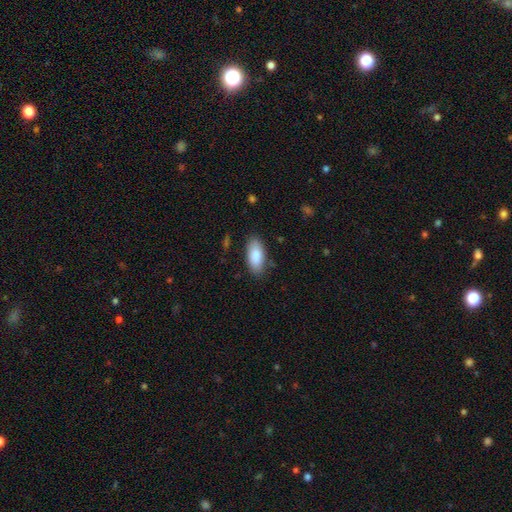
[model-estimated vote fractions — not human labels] Smooth or featured?
  - smooth: 87% *
  - featured or disk: 7%
  - star or artifact: 6%
How rounded?
  - in between: 89% *
  - cigar-shaped: 9%
  - round: 2%
Merging?
  - none: 84% *
  - minor disturbance: 12%
  - major disturbance: 3%
  - merger: 1%